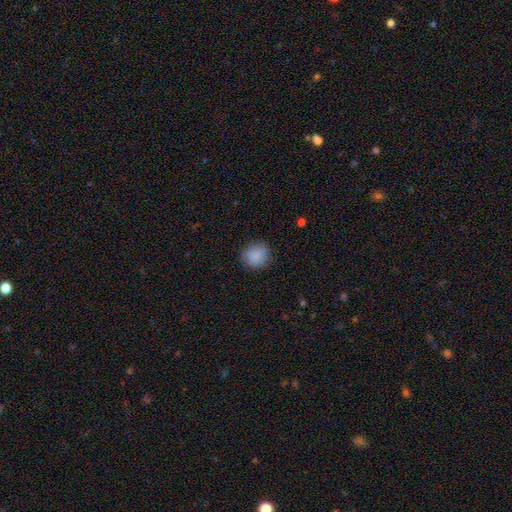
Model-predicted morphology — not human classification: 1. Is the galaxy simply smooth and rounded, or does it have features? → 88% smooth, 8% star or artifact, 4% featured or disk.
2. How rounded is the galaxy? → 79% round, 20% in between, 1% cigar-shaped.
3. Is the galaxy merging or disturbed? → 85% none, 11% minor disturbance, 3% major disturbance, 1% merger.